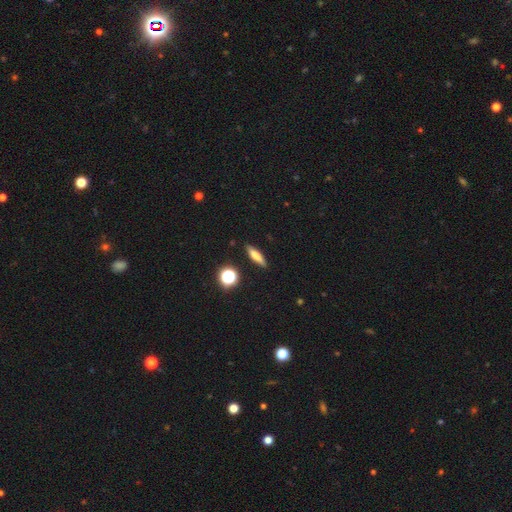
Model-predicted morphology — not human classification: Smooth or featured? Predicted: smooth (p=0.65). How rounded? Predicted: cigar-shaped (p=0.70). Merging? Predicted: none (p=0.87).